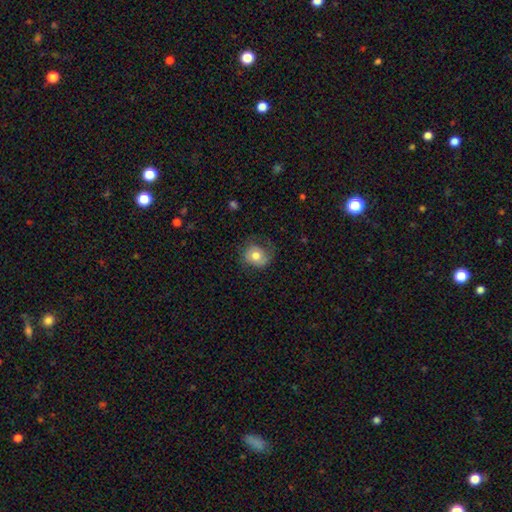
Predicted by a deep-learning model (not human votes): smooth-or-featured: smooth: 68% | featured or disk: 24% | star or artifact: 8%
  how-rounded: round: 74% | in between: 25% | cigar-shaped: 1%
  merging: none: 63% | minor disturbance: 24% | major disturbance: 12% | merger: 1%